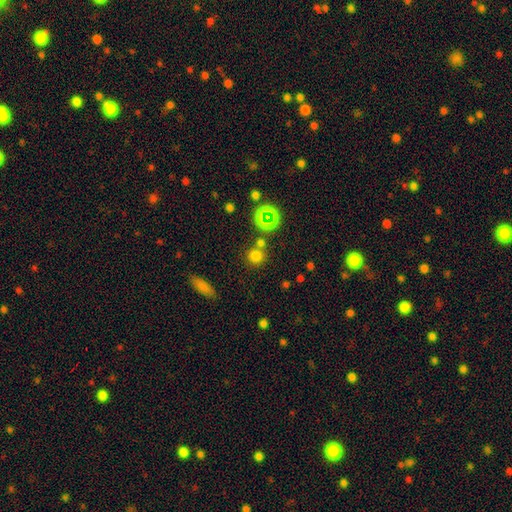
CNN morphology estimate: A smooth galaxy with no disk features (70%) that is round (91%).

Vote fractions:
- Smooth or featured? smooth: 70% / star or artifact: 23% / featured or disk: 7%
- How rounded? round: 91% / in between: 8% / cigar-shaped: 1%
- Merging? none: 71% / merger: 18% / minor disturbance: 8% / major disturbance: 4%